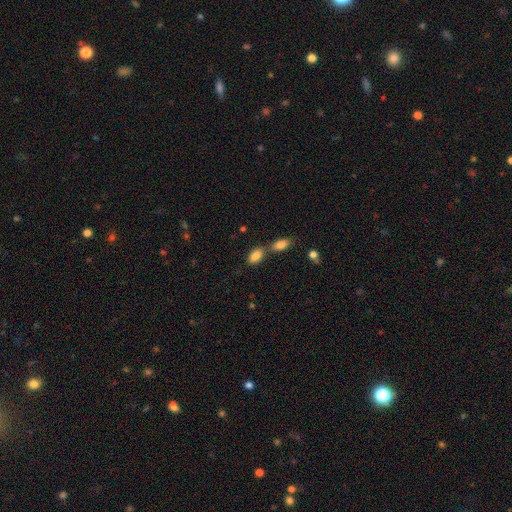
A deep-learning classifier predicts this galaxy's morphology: This appears to be a smooth galaxy with no disk features (86%) that is in between round and cigar-shaped (92%). Merging: none (50%).